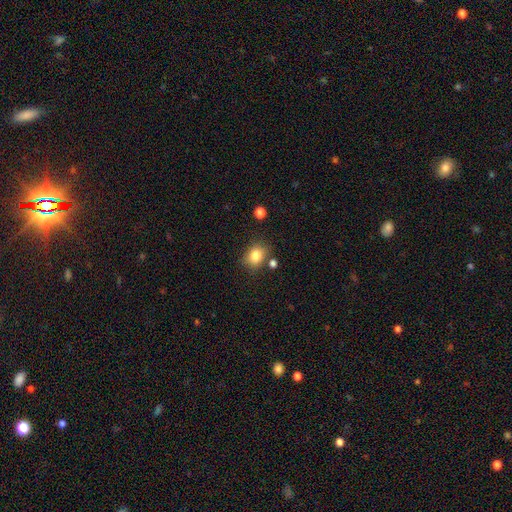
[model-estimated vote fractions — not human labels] This appears to be a smooth galaxy with no disk features (82%) that is in between round and cigar-shaped (53%). Merging: none (75%).